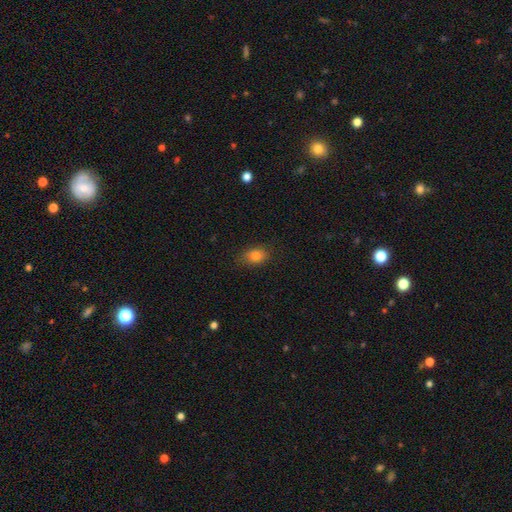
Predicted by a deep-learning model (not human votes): The model was most divided on "how rounded": in between: 76%, round: 22%, cigar-shaped: 2%. More confident: merging — none (81%); smooth or featured — smooth (80%).